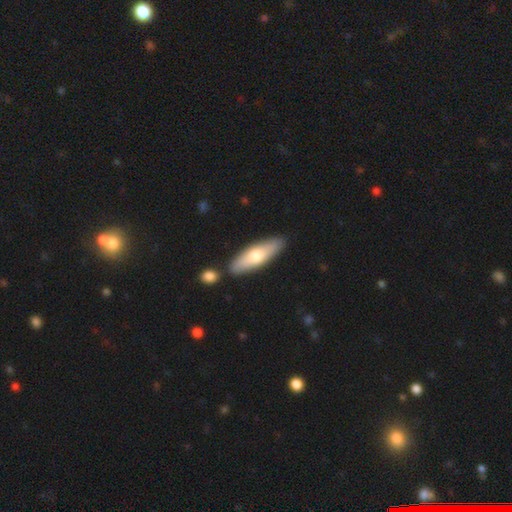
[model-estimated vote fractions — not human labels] Q: Smooth or featured?
A: smooth (62%); runner-up: featured or disk (33%)
Q: How rounded?
A: cigar-shaped (56%); runner-up: in between (43%)
Q: Merging?
A: none (83%); runner-up: minor disturbance (9%)